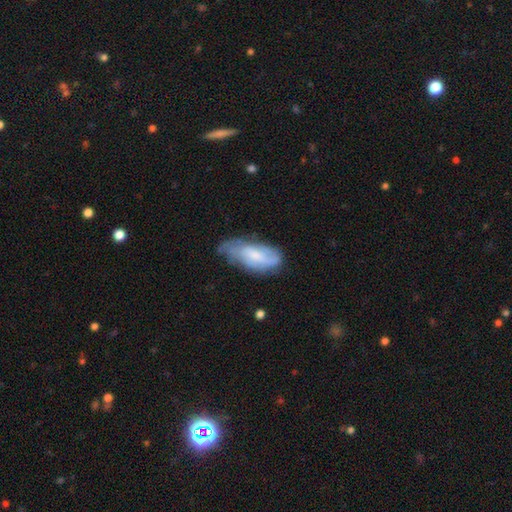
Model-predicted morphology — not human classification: smooth-or-featured: featured or disk: 50% | smooth: 43% | star or artifact: 7%
  merging: none: 49% | minor disturbance: 34% | major disturbance: 15% | merger: 2%